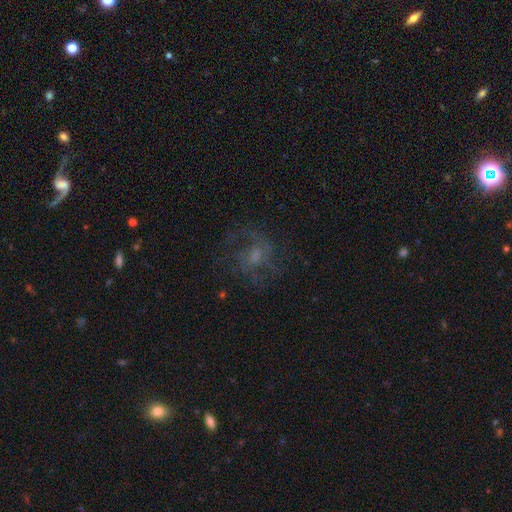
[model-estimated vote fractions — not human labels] This appears to be a featured or disk galaxy (59%) with no bar (63%), spiral arms (72%) and a small central bulge (39%). Merging: none (59%).